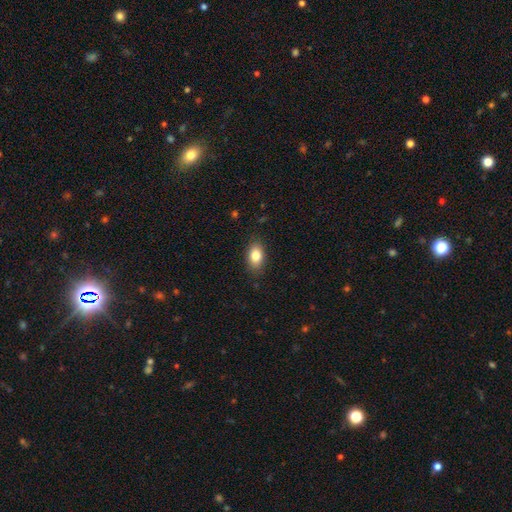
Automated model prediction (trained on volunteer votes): Overall: smooth (83%). How rounded: in between (87%). Merging: none (84%).